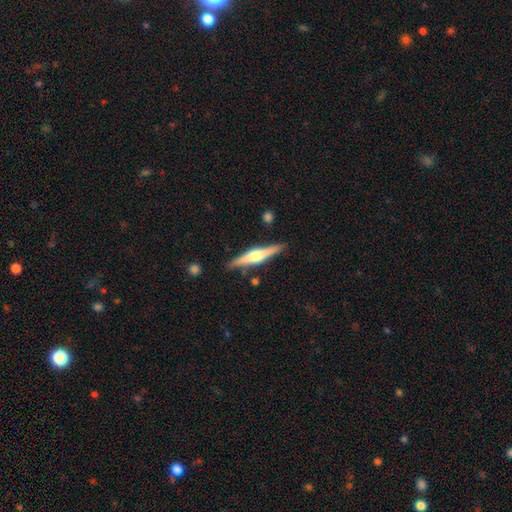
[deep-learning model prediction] Morphology: type=featured or disk (69%); edge-on=yes (97%); edge-on bulge=rounded (90%); merging=none (87%).